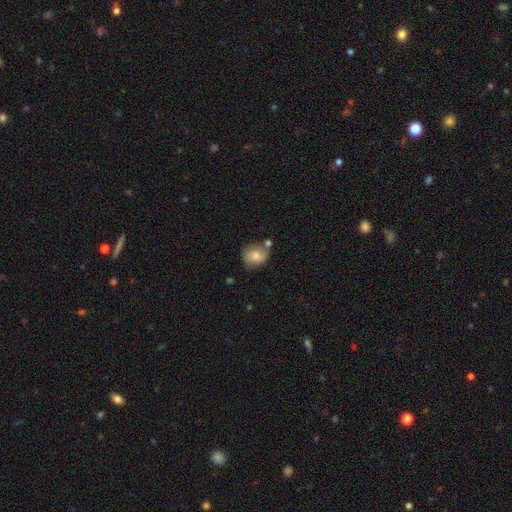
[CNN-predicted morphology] Overall: smooth (72%). How rounded: round (63%; in between 36%). Merging: none (54%; minor disturbance 22%).